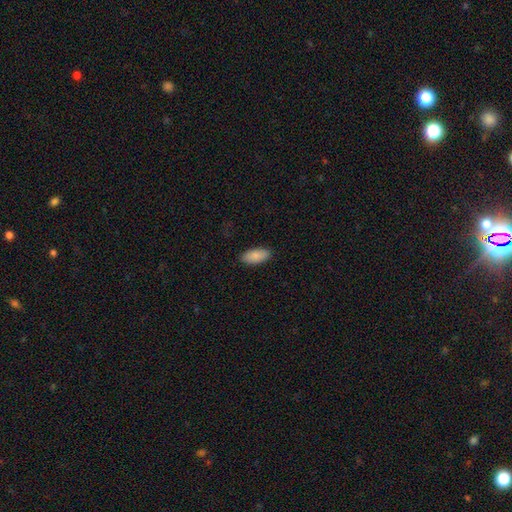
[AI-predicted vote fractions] A smooth galaxy with no disk features (88%) that is in between round and cigar-shaped (92%). Merging: none (89%).